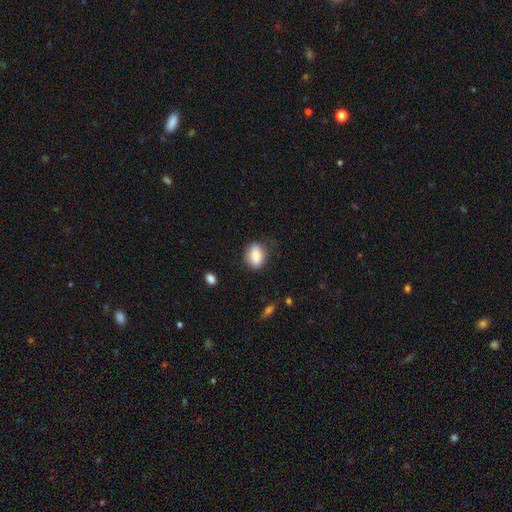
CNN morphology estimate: A smooth galaxy with no disk features (83%) that is in between round and cigar-shaped (75%).

Vote fractions:
- Smooth or featured? smooth: 83% / featured or disk: 10% / star or artifact: 7%
- How rounded? in between: 75% / round: 22% / cigar-shaped: 3%
- Merging? none: 77% / minor disturbance: 17% / major disturbance: 5% / merger: 1%